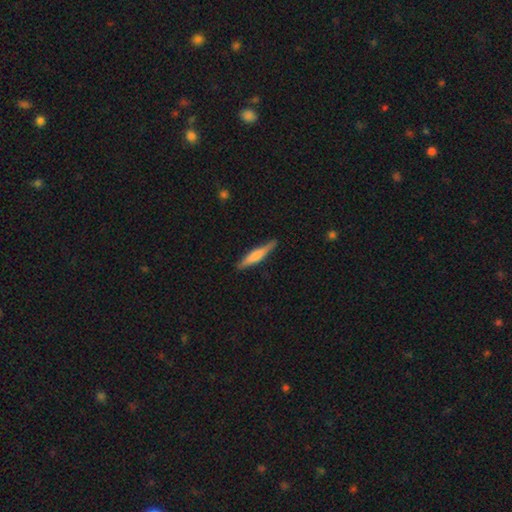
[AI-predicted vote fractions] smooth 53%, featured or disk 42%, star or artifact 6%. Down the decision tree: how rounded — cigar-shaped (89%); merging — none (86%).